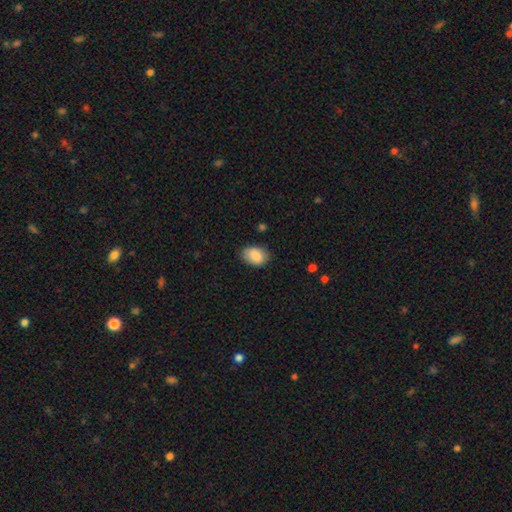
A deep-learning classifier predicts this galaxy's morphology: type=smooth (85%); roundness=in between (83%); merging=none (78%).